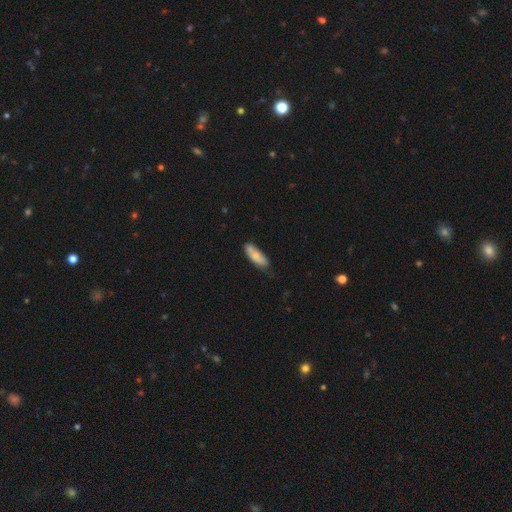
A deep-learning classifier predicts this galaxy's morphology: smooth-or-featured: smooth: 73% | featured or disk: 21% | star or artifact: 6%
  how-rounded: in between: 60% | cigar-shaped: 39% | round: 2%
  merging: none: 58% | minor disturbance: 27% | merger: 10% | major disturbance: 6%